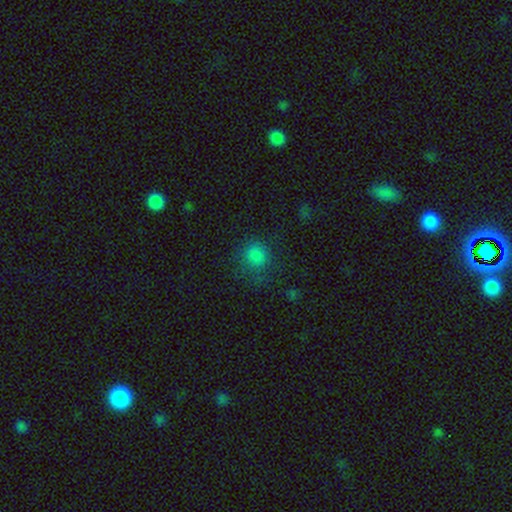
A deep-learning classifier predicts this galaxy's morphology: Smooth or featured: smooth — 80% (star or artifact — 15%)
How rounded: round — 84% (in between — 15%)
Merging: none — 74% (minor disturbance — 16%)